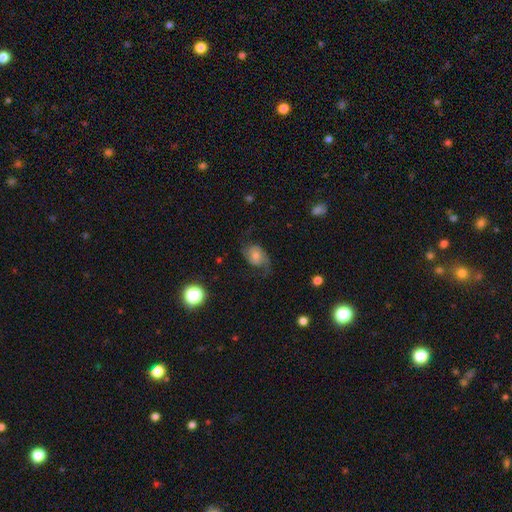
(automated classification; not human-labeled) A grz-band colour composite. It shows a featured or disk galaxy (53%) with no bar (66%), spiral arms (84%) and a moderate central bulge (54%). Merging: none (53%).